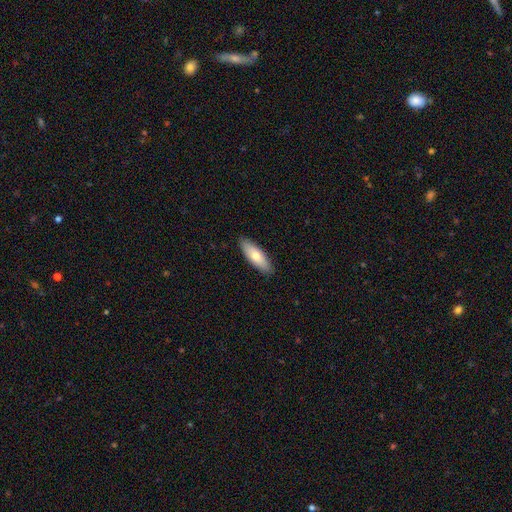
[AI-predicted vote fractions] Smooth or featured: smooth — 70% (featured or disk — 24%)
How rounded: in between — 61% (cigar-shaped — 37%)
Merging: none — 89% (minor disturbance — 9%)